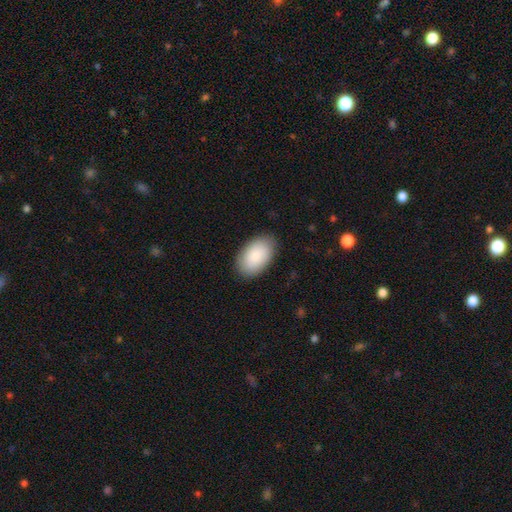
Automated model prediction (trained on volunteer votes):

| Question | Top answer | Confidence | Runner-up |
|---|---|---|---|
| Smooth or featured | smooth | 88% | featured or disk (7%) |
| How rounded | in between | 94% | round (5%) |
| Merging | none | 87% | minor disturbance (10%) |